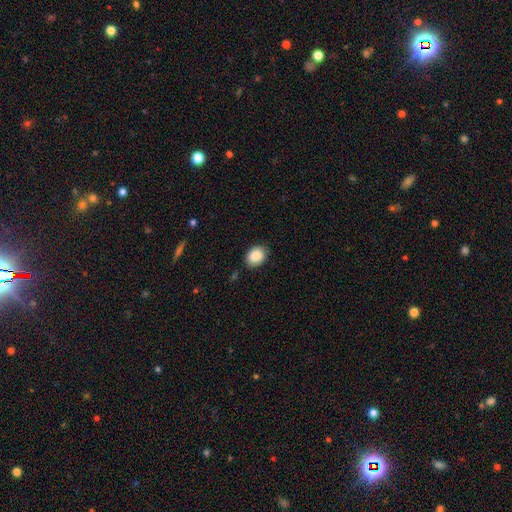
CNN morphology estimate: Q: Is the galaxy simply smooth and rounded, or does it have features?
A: smooth — 87%.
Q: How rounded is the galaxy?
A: in between — 62%.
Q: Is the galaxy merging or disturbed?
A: none — 81%.